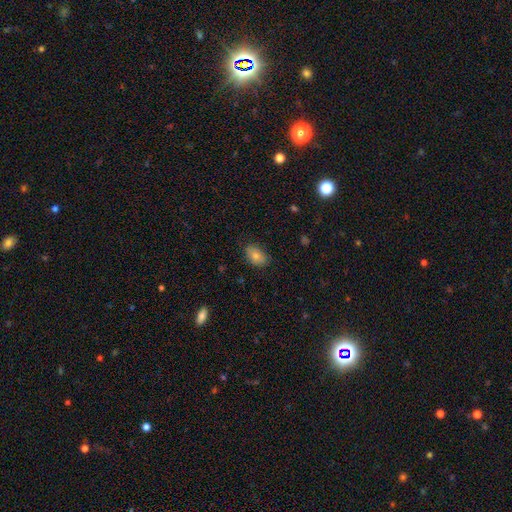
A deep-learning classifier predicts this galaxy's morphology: smooth 75%, featured or disk 14%, star or artifact 12%. Down the decision tree: how rounded — in between (86%); merging — none (78%).